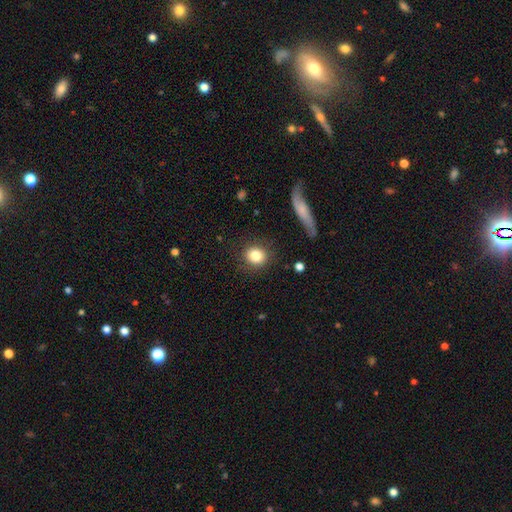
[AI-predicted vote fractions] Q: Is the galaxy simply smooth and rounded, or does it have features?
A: smooth — 82%.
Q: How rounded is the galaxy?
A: round — 78%.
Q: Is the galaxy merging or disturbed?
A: none — 86%.